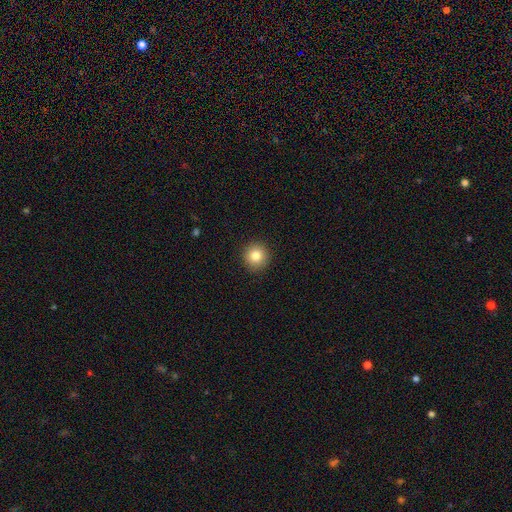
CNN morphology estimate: smooth_or_featured: smooth (p=0.83) [alt: star or artifact p=0.10]
how_rounded: round (p=0.95) [alt: in between p=0.04]
merging: none (p=0.92) [alt: minor disturbance p=0.05]